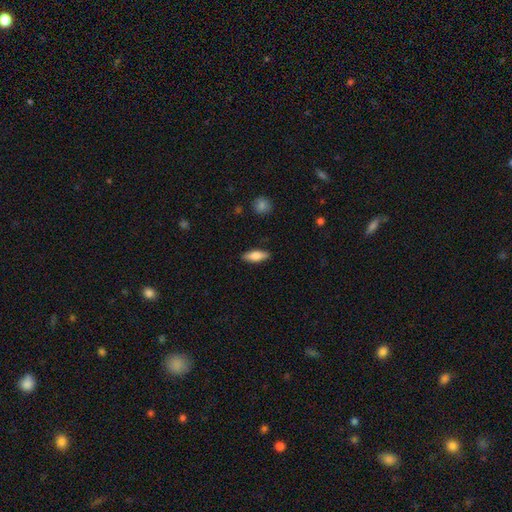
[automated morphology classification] Overall: smooth (75%). How rounded: in between (65%; cigar-shaped 32%). Merging: none (88%).